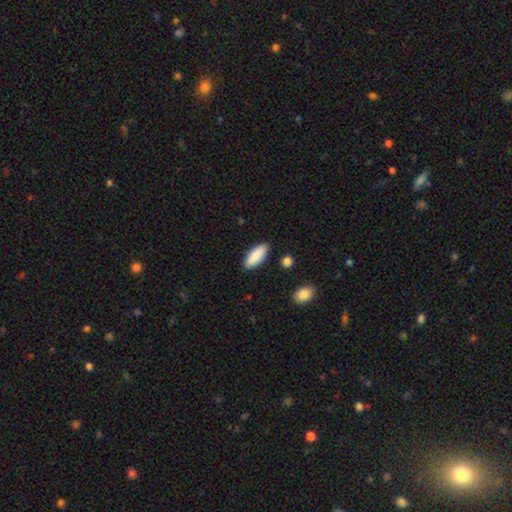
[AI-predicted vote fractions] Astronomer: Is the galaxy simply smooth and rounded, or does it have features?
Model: smooth — 89%.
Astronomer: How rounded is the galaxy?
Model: in between — 76%.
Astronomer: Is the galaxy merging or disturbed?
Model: none — 87%.